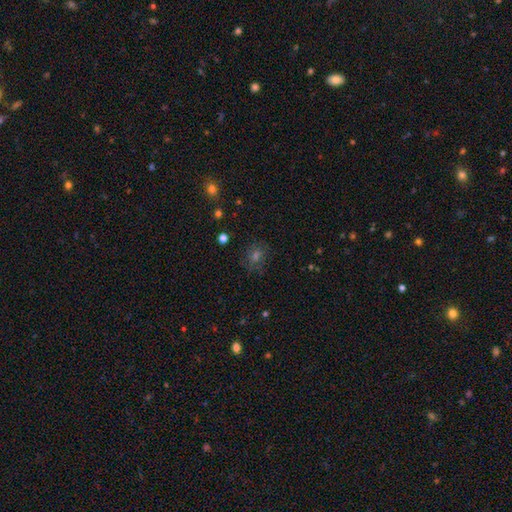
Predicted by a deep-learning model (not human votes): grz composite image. It shows a smooth galaxy with no disk features (46%). Merging: none (78%).